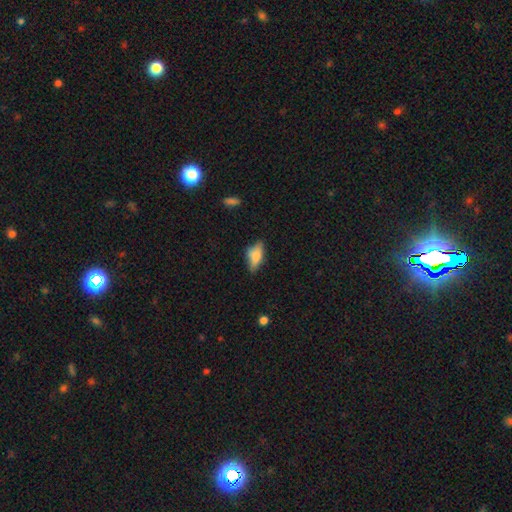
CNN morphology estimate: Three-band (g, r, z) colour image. It shows a smooth galaxy with no disk features (66%) that is in between round and cigar-shaped (79%). Merging: none (63%).